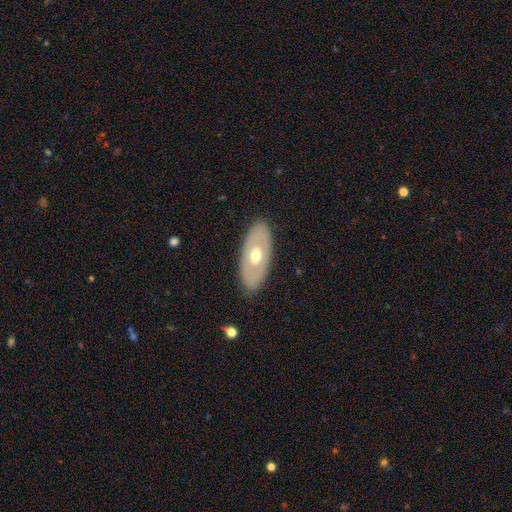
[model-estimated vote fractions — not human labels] A featured or disk galaxy (49%). Merging: none (86%).